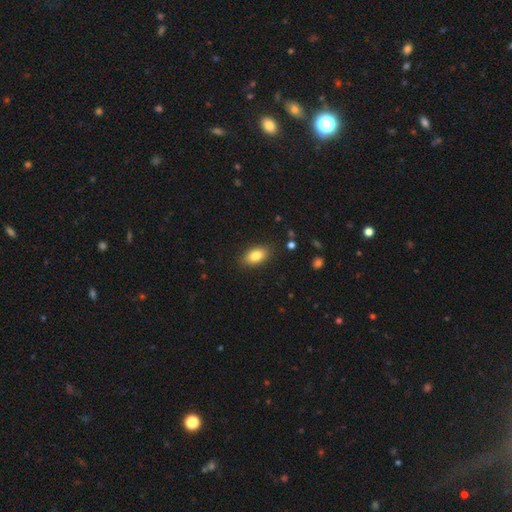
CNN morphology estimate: A smooth galaxy with no disk features (83%) that is in between round and cigar-shaped (89%). Merging: none (87%).